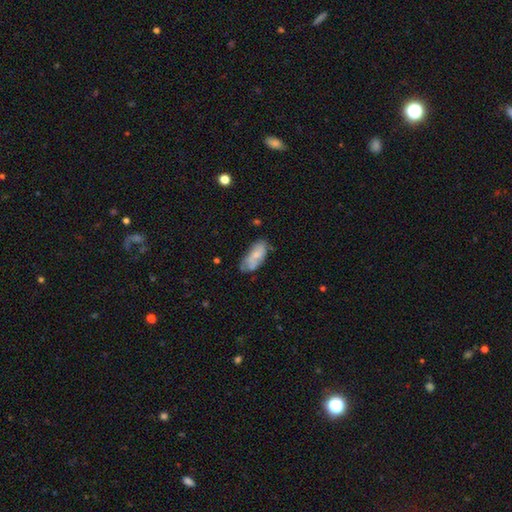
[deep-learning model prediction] A smooth galaxy with no disk features (66%) that is in between round and cigar-shaped (85%). Merging: none (55%).